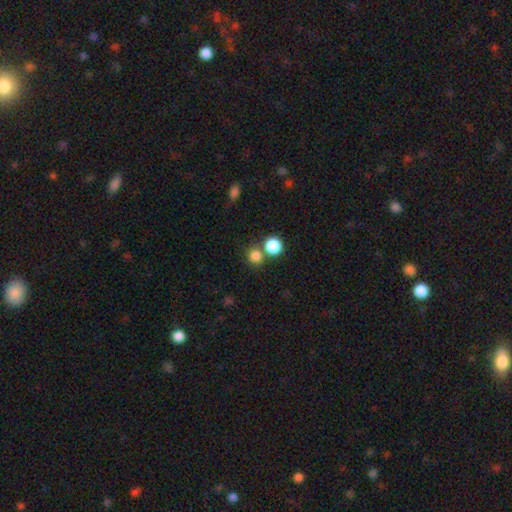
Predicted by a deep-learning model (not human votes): Smooth or featured?
  - smooth: 81% *
  - star or artifact: 13%
  - featured or disk: 5%
How rounded?
  - round: 88% *
  - in between: 11%
  - cigar-shaped: 1%
Merging?
  - none: 63% *
  - merger: 27%
  - minor disturbance: 7%
  - major disturbance: 3%